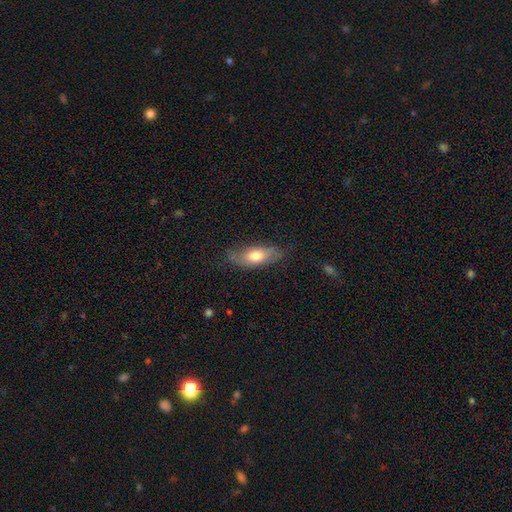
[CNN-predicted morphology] A smooth galaxy with no disk features (66%) that is in between round and cigar-shaped (76%).

Vote fractions:
- Smooth or featured? smooth: 66% / featured or disk: 28% / star or artifact: 6%
- How rounded? in between: 76% / cigar-shaped: 21% / round: 3%
- Merging? none: 73% / minor disturbance: 21% / major disturbance: 5% / merger: 1%